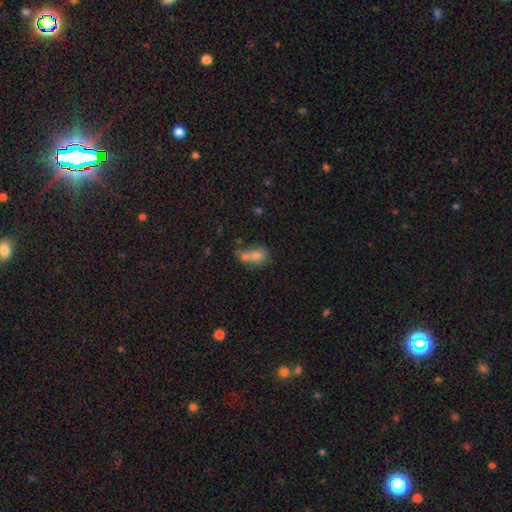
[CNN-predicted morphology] Smooth or featured?
  - smooth: 71% *
  - featured or disk: 17%
  - star or artifact: 13%
How rounded?
  - in between: 76% *
  - round: 16%
  - cigar-shaped: 7%
Merging?
  - merger: 52% *
  - none: 26%
  - minor disturbance: 13%
  - major disturbance: 9%